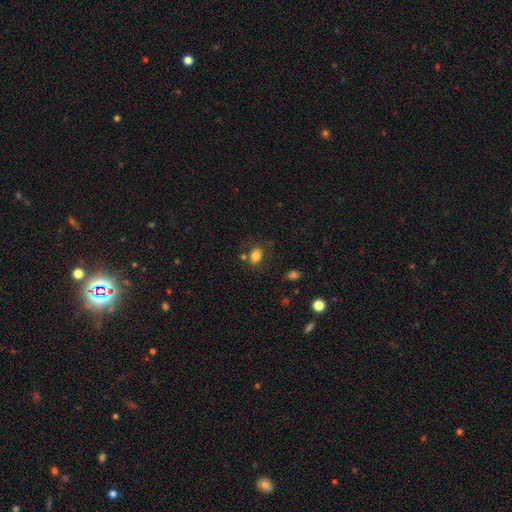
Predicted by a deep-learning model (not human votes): smooth-or-featured: smooth: 80% | star or artifact: 10% | featured or disk: 9%
  how-rounded: in between: 73% | round: 25% | cigar-shaped: 1%
  merging: none: 70% | minor disturbance: 16% | merger: 9% | major disturbance: 6%